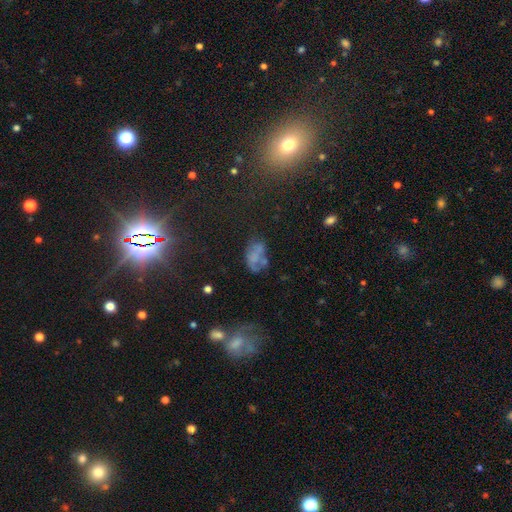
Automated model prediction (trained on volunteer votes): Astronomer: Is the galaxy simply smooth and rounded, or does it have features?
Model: smooth — 46% (runner-up: featured or disk, 33%).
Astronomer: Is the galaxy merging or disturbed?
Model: none — 37% (runner-up: minor disturbance, 24%).